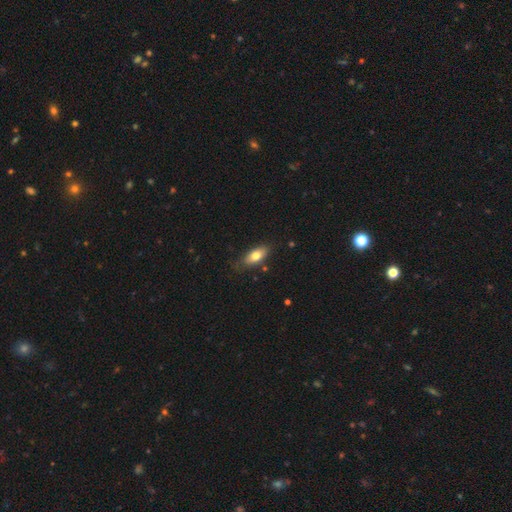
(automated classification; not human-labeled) Q: Smooth or featured?
A: smooth (74%); runner-up: featured or disk (19%)
Q: How rounded?
A: in between (85%); runner-up: cigar-shaped (12%)
Q: Merging?
A: none (77%); runner-up: minor disturbance (18%)